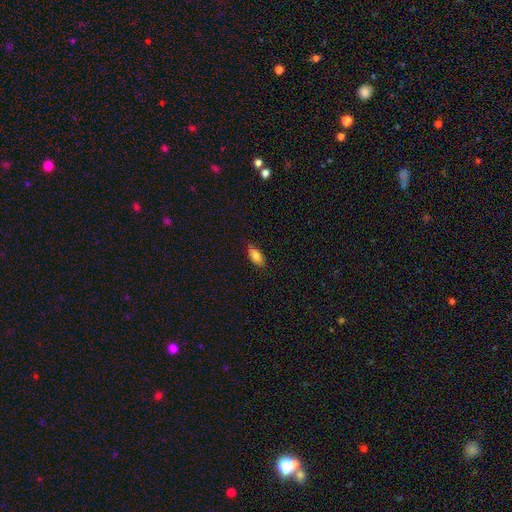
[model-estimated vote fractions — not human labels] smooth_or_featured: smooth (p=0.83) [alt: featured or disk p=0.10]
how_rounded: in between (p=0.87) [alt: cigar-shaped p=0.11]
merging: none (p=0.78) [alt: minor disturbance p=0.18]